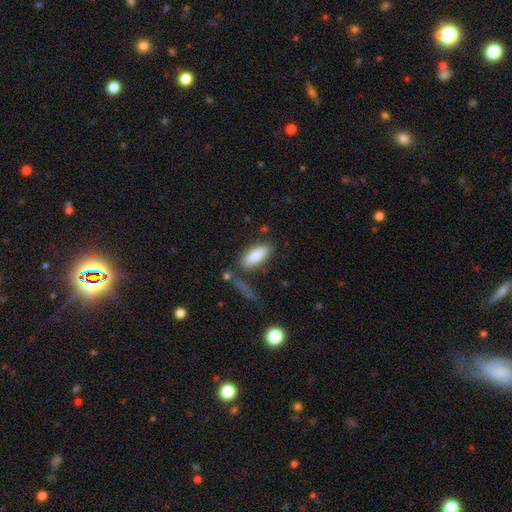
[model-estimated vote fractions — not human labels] smooth_or_featured: smooth (p=0.84) [alt: featured or disk p=0.10]
how_rounded: in between (p=0.69) [alt: cigar-shaped p=0.29]
merging: none (p=0.68) [alt: minor disturbance p=0.17]